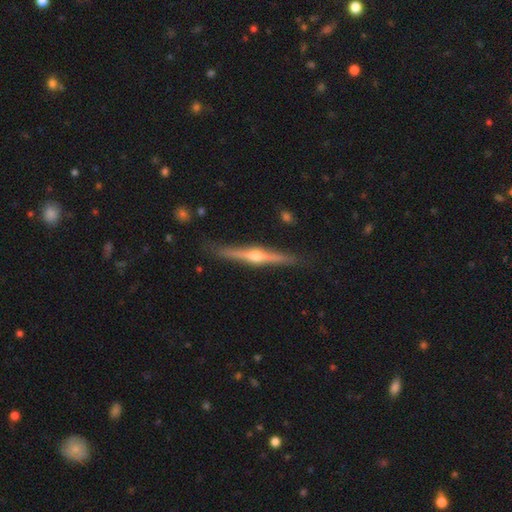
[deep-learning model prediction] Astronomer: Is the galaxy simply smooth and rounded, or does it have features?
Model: featured or disk — 82%.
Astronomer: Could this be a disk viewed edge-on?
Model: yes — 98%.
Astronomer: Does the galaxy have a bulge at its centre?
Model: rounded — 92%.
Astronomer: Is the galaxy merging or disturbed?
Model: none — 89%.